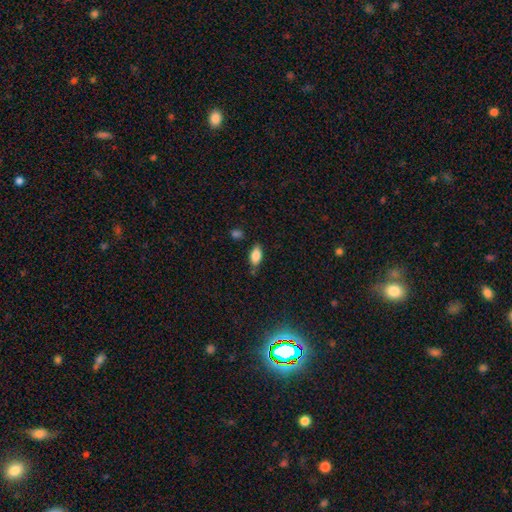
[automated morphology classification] Smooth or featured: smooth — 81% (featured or disk — 11%)
How rounded: in between — 88% (cigar-shaped — 9%)
Merging: none — 70% (minor disturbance — 21%)